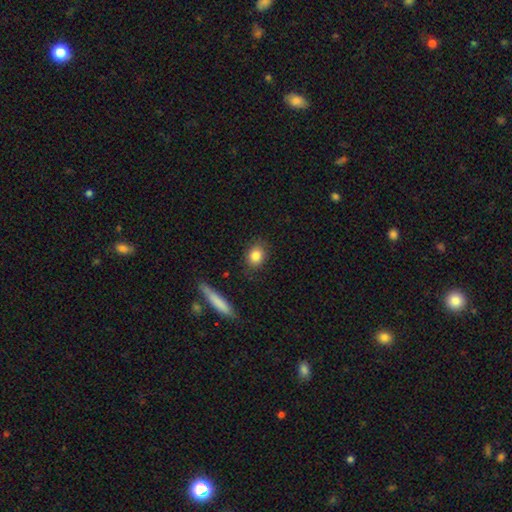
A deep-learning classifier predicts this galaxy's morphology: This appears to be a smooth galaxy with no disk features (85%) that is round (51%). Merging: none (85%).